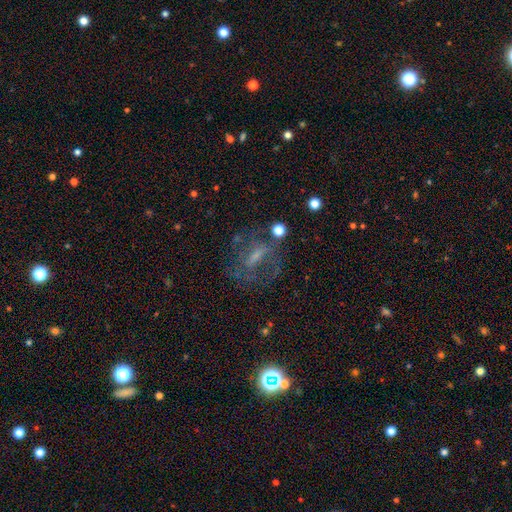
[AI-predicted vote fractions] A featured or disk galaxy (60%) with a weak bar (43%), spiral arms (58%) and a small central bulge (41%). Merging: none (56%).